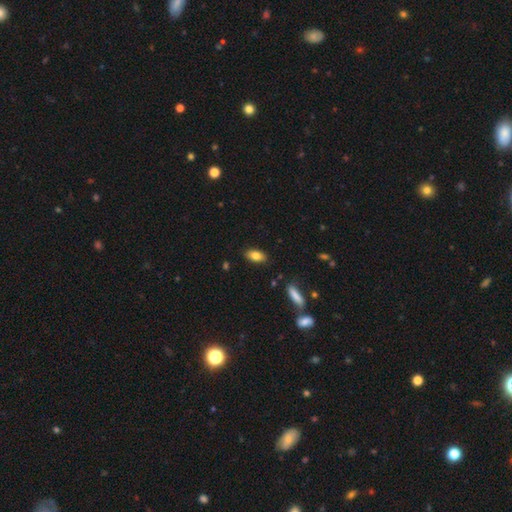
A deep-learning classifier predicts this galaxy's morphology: Smooth or featured?
  - smooth: 81% *
  - featured or disk: 11%
  - star or artifact: 8%
How rounded?
  - in between: 88% *
  - cigar-shaped: 8%
  - round: 4%
Merging?
  - none: 86% *
  - minor disturbance: 10%
  - major disturbance: 2%
  - merger: 2%